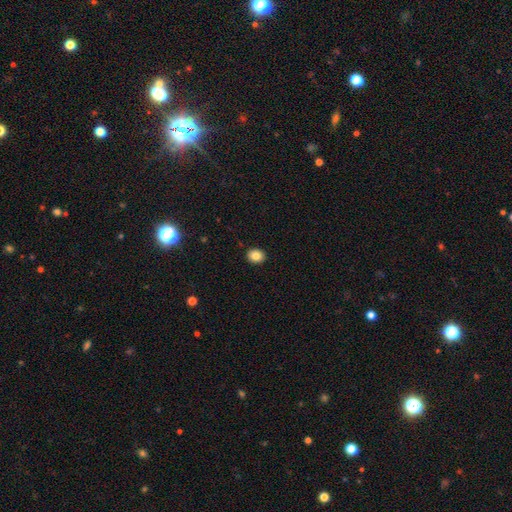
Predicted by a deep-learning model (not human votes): Smooth or featured?
  - smooth: 84% *
  - star or artifact: 10%
  - featured or disk: 6%
How rounded?
  - round: 61% *
  - in between: 38%
  - cigar-shaped: 1%
Merging?
  - none: 91% *
  - minor disturbance: 6%
  - major disturbance: 2%
  - merger: 1%